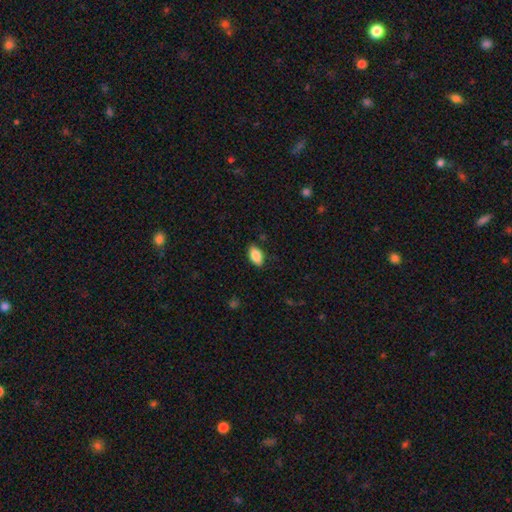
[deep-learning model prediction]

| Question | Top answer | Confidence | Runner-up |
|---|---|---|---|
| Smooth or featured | smooth | 85% | featured or disk (7%) |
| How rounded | in between | 92% | round (4%) |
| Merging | none | 85% | minor disturbance (12%) |